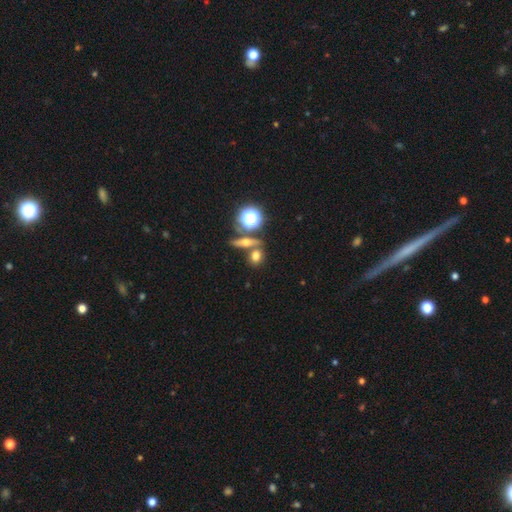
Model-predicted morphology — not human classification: smooth 60%, featured or disk 22%, star or artifact 19%. Down the decision tree: how rounded — round (49%); merging — none (62%).